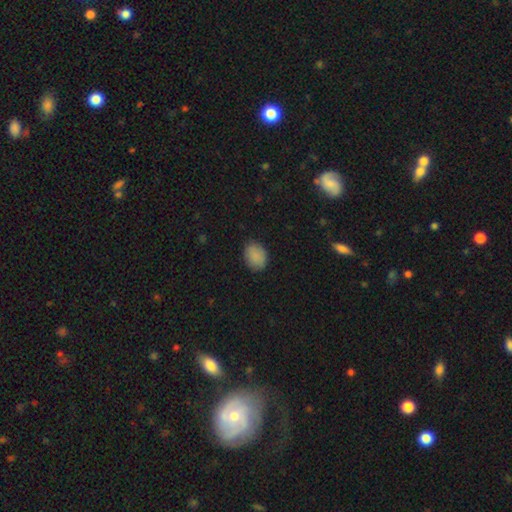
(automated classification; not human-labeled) The model was most divided on "how rounded": in between: 56%, round: 43%, cigar-shaped: 1%. More confident: smooth or featured — smooth (88%); merging — none (85%).